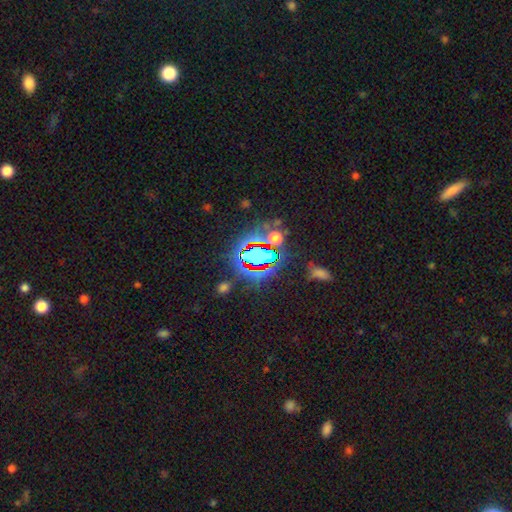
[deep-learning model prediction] Morphology: type=star or artifact (69%).